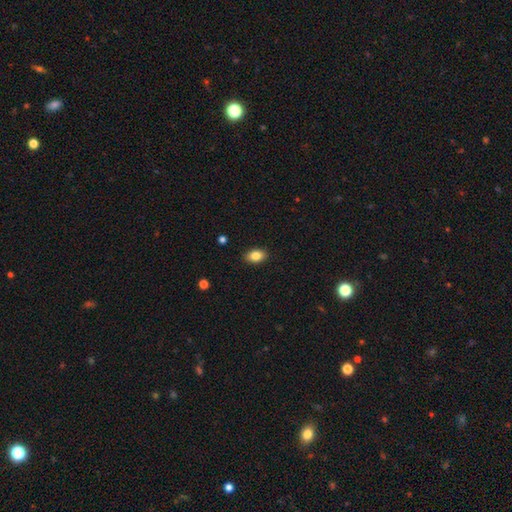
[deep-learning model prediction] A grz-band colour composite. It shows a smooth galaxy with no disk features (85%) that is in between round and cigar-shaped (85%). Merging: none (89%).